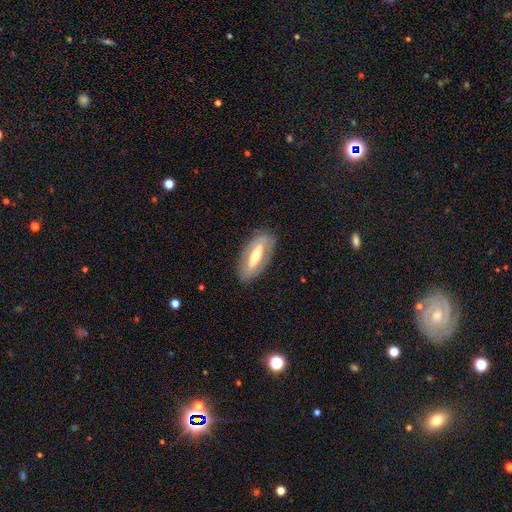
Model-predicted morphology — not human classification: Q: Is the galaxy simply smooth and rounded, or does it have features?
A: featured or disk — 62%.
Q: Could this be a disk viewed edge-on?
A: no — 71%.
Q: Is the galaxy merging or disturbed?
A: none — 83%.